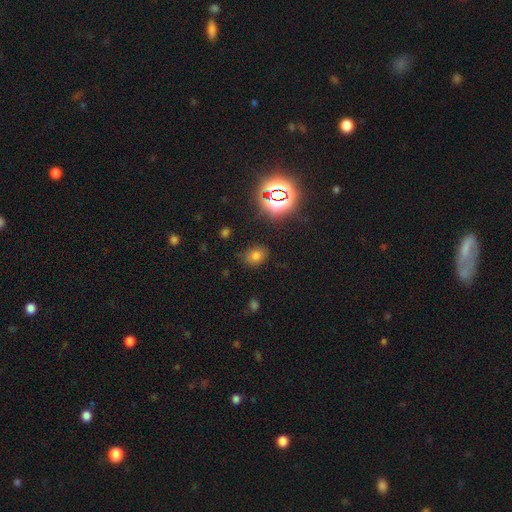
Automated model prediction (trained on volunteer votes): Morphology: type=smooth (68%); roundness=in between (52%); merging=none (81%).